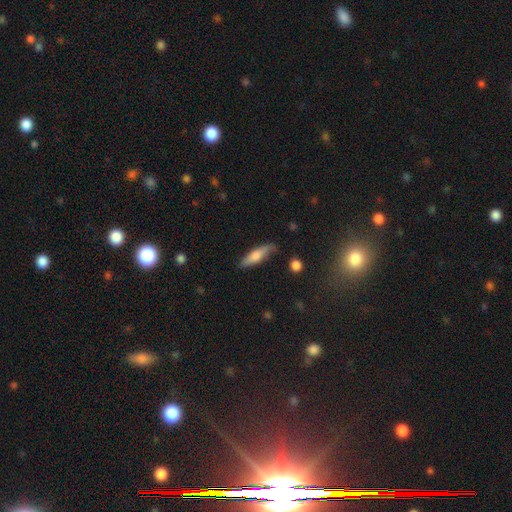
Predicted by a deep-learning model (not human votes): smooth-or-featured: smooth: 63% | featured or disk: 31% | star or artifact: 6%
  how-rounded: cigar-shaped: 66% | in between: 31% | round: 2%
  merging: none: 75% | minor disturbance: 19% | major disturbance: 4% | merger: 2%